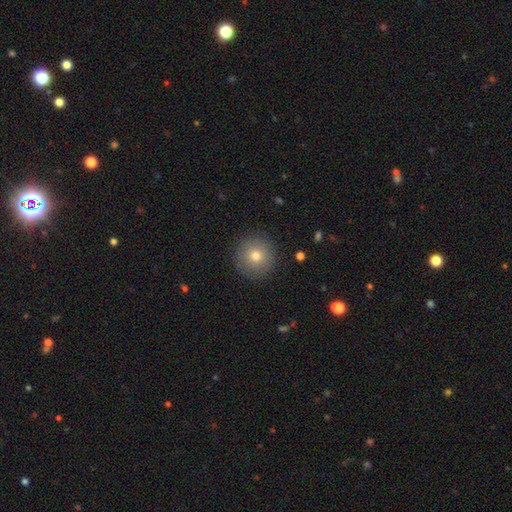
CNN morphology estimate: A smooth galaxy with no disk features (76%) that is round (96%). Merging: none (91%).